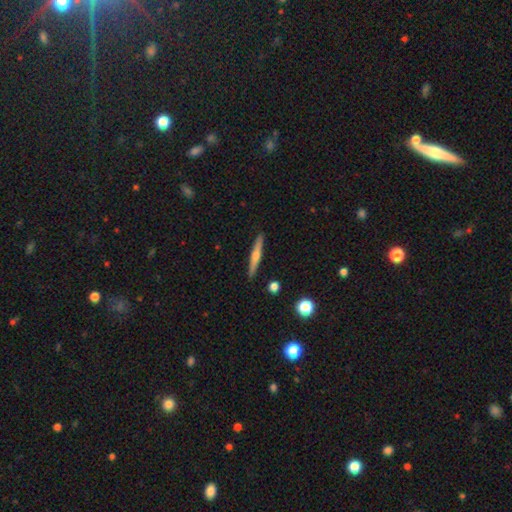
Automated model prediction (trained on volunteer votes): Smooth or featured? Predicted: featured or disk (p=0.54). Edge-on disk? Predicted: yes (p=0.97). Edge-on bulge? Predicted: rounded (p=0.80). Merging? Predicted: none (p=0.91).